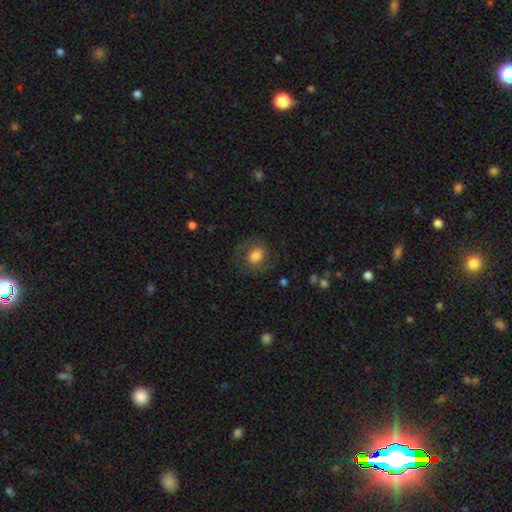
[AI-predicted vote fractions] Smooth or featured? Predicted: smooth (p=0.64). How rounded? Predicted: round (p=0.52). Merging? Predicted: none (p=0.70).